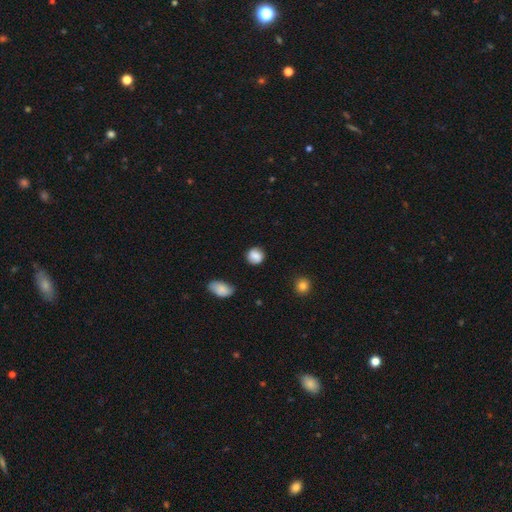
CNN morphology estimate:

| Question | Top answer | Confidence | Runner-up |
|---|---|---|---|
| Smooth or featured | smooth | 82% | featured or disk (9%) |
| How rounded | round | 81% | in between (18%) |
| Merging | none | 80% | minor disturbance (14%) |